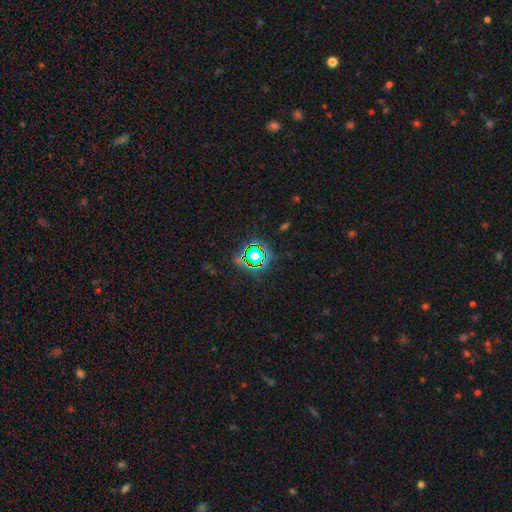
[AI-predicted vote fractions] A star or artifact, not a galaxy (74%).

Vote fractions:
- Smooth or featured? star or artifact: 74% / smooth: 16% / featured or disk: 10%